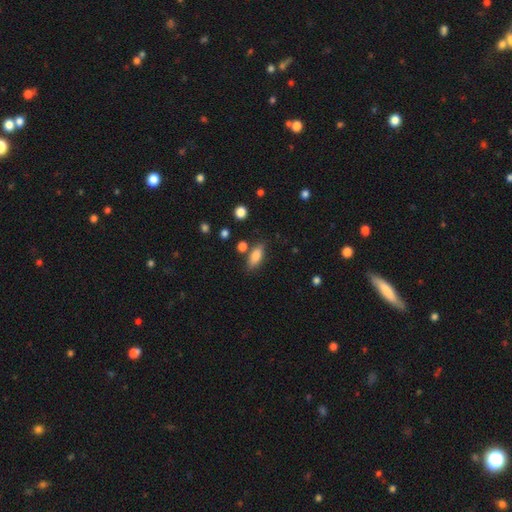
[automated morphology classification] smooth-or-featured: smooth: 81% | featured or disk: 11% | star or artifact: 8%
  how-rounded: in between: 79% | cigar-shaped: 18% | round: 4%
  merging: none: 77% | minor disturbance: 13% | merger: 6% | major disturbance: 3%